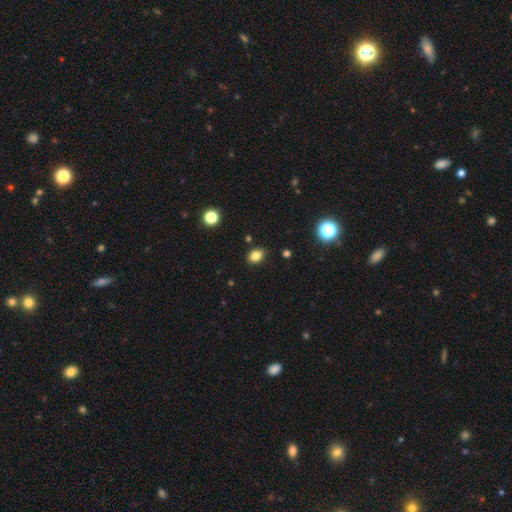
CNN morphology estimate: Smooth or featured? smooth (82%)
How rounded? in between (70%)
Merging? none (85%)